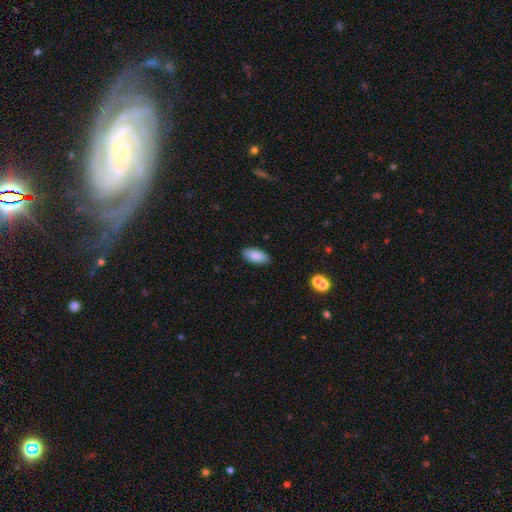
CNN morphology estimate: smooth-or-featured: smooth: 87% | star or artifact: 7% | featured or disk: 7%
  how-rounded: in between: 92% | cigar-shaped: 5% | round: 2%
  merging: none: 87% | minor disturbance: 10% | major disturbance: 2% | merger: 1%